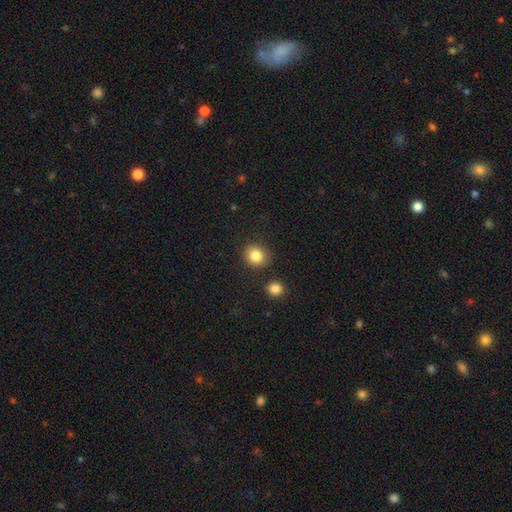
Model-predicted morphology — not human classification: Smooth or featured?
  - smooth: 85% *
  - star or artifact: 9%
  - featured or disk: 6%
How rounded?
  - round: 78% *
  - in between: 21%
  - cigar-shaped: 1%
Merging?
  - none: 85% *
  - minor disturbance: 8%
  - merger: 4%
  - major disturbance: 3%